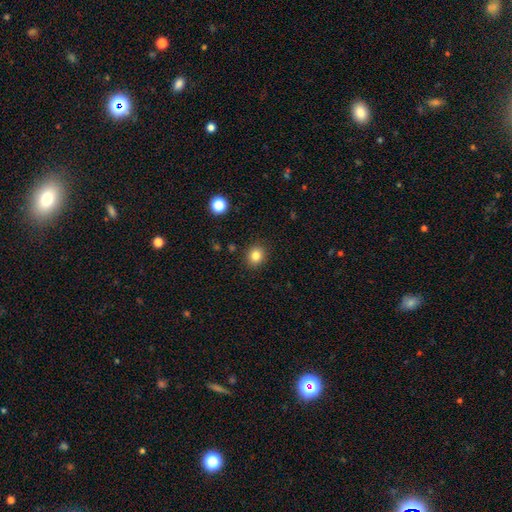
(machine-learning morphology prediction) A smooth galaxy with no disk features (82%) that is round (82%). Merging: none (90%).